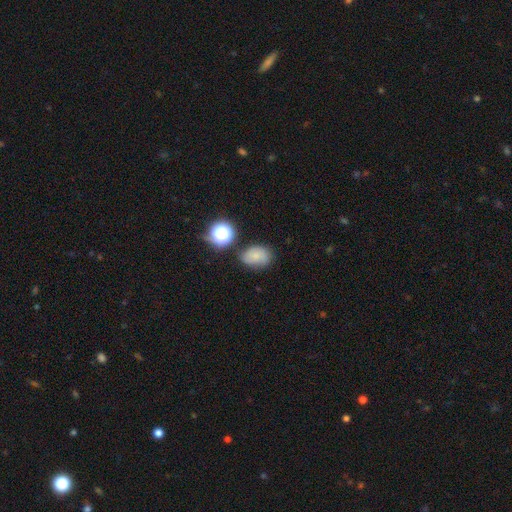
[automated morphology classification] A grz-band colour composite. It shows a smooth galaxy with no disk features (67%) that is in between round and cigar-shaped (68%). Merging: none (64%).